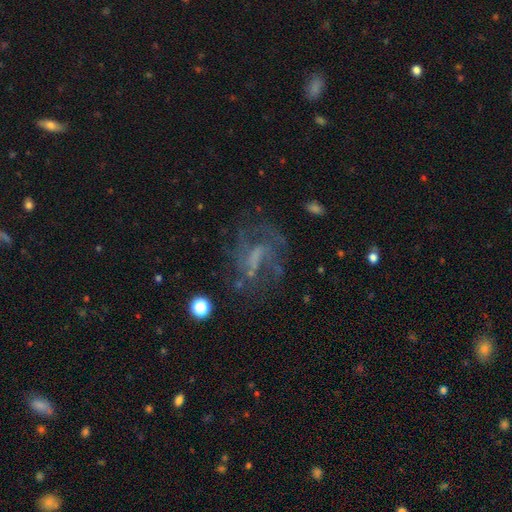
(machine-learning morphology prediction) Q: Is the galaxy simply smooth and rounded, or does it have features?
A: featured or disk — 64%.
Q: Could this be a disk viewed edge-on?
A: no — 95%.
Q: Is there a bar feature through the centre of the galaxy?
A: no — 43%.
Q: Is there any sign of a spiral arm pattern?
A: yes — 64%.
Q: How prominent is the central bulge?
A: none — 57%.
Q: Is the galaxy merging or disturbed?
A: none — 52%.